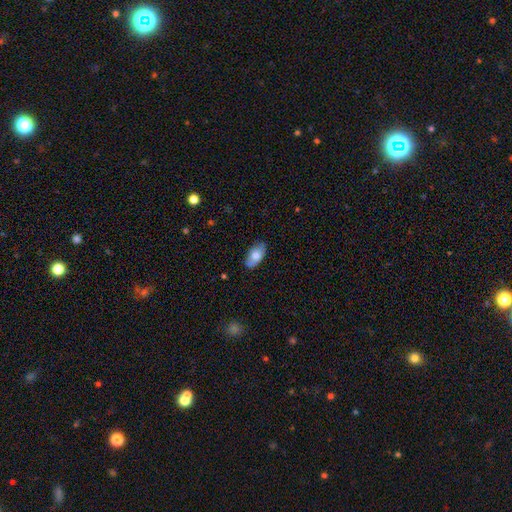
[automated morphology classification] Overall: smooth (73%). How rounded: in between (93%). Merging: none (82%).